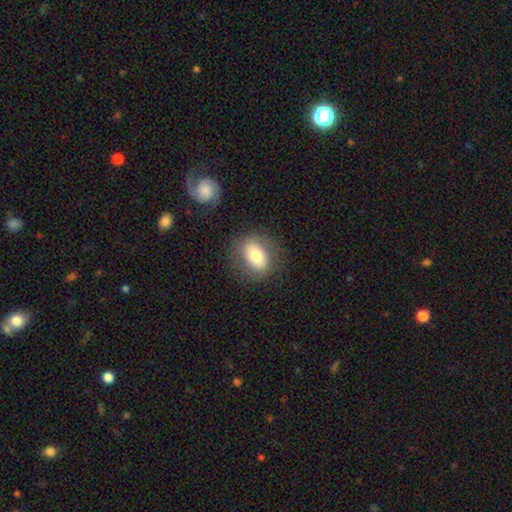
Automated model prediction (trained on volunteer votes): A smooth galaxy with no disk features (69%) that is in between round and cigar-shaped (61%). Merging: none (81%).